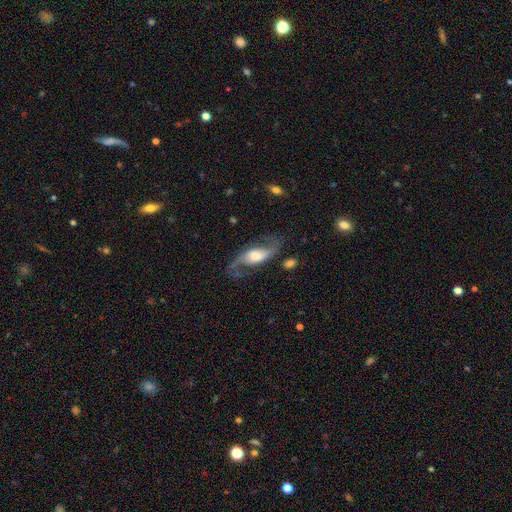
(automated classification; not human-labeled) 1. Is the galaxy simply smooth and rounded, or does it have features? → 83% featured or disk, 12% smooth, 6% star or artifact.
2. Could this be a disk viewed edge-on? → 93% no, 7% yes.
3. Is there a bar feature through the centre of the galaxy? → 41% weak, 38% no, 21% strong.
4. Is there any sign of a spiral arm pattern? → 95% yes, 5% no.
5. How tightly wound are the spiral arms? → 75% loose, 21% medium, 4% tight.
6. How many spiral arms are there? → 93% 2, 2% 1, 2% can't tell, 1% 3, 1% 4, 1% more than 4.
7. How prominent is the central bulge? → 35% moderate, 33% large, 19% small, 7% none, 7% dominant.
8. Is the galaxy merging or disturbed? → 68% none, 16% minor disturbance, 13% major disturbance, 3% merger.